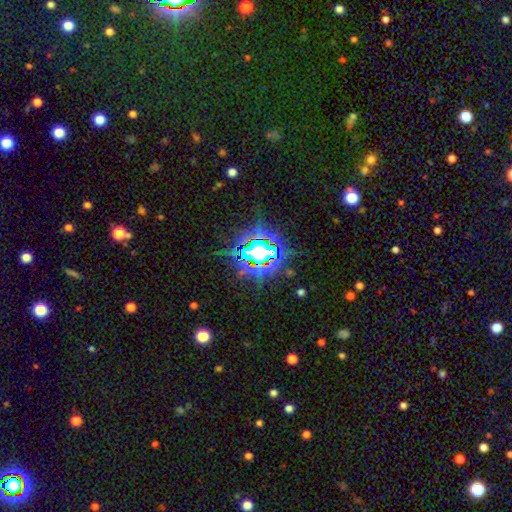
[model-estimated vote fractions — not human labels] Overall: star or artifact (76%).